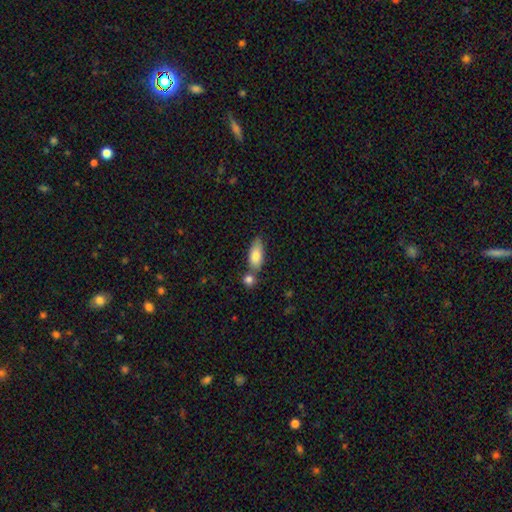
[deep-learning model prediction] A smooth galaxy with no disk features (80%) that is in between round and cigar-shaped (83%).

Vote fractions:
- Smooth or featured? smooth: 80% / featured or disk: 14% / star or artifact: 7%
- How rounded? in between: 83% / cigar-shaped: 14% / round: 3%
- Merging? none: 54% / merger: 27% / minor disturbance: 15% / major disturbance: 4%